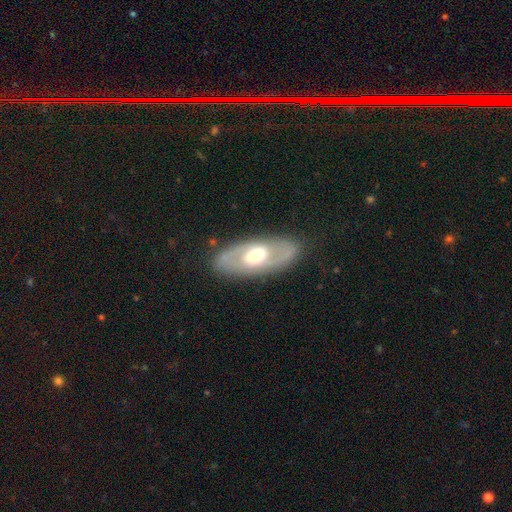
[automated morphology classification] Q: Smooth or featured?
A: featured or disk (63%); runner-up: smooth (32%)
Q: Edge-on disk?
A: no (87%); runner-up: yes (13%)
Q: Bar?
A: no (58%); runner-up: weak (29%)
Q: Spiral arms?
A: no (54%); runner-up: yes (46%)
Q: Bulge size?
A: moderate (63%); runner-up: large (25%)
Q: Merging?
A: none (84%); runner-up: minor disturbance (11%)